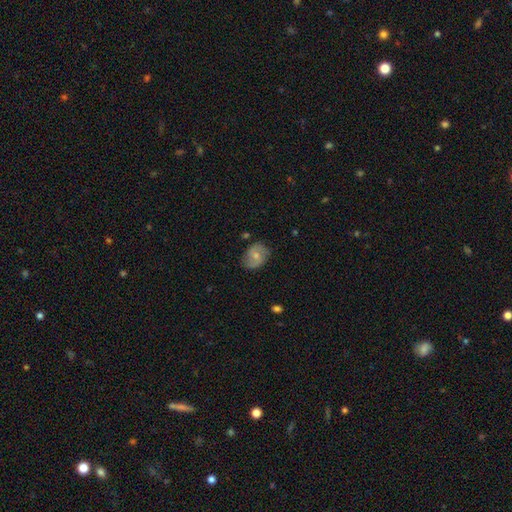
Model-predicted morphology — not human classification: Q: Smooth or featured?
A: featured or disk (46%); tied with: smooth (46%)
Q: Merging?
A: none (72%); runner-up: minor disturbance (21%)